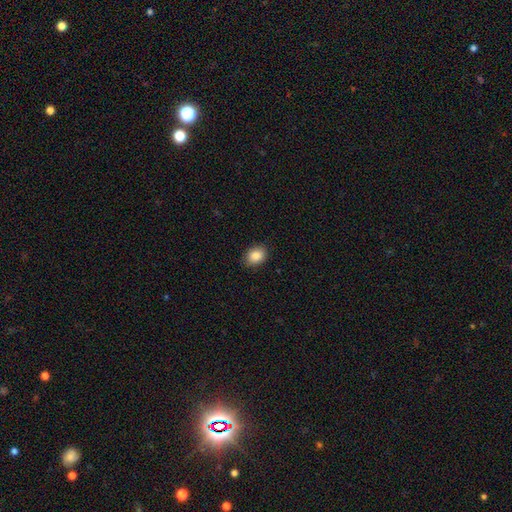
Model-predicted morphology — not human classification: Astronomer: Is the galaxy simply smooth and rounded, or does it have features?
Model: smooth — 86%.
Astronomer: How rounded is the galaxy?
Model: in between — 68%.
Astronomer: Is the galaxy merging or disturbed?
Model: none — 88%.